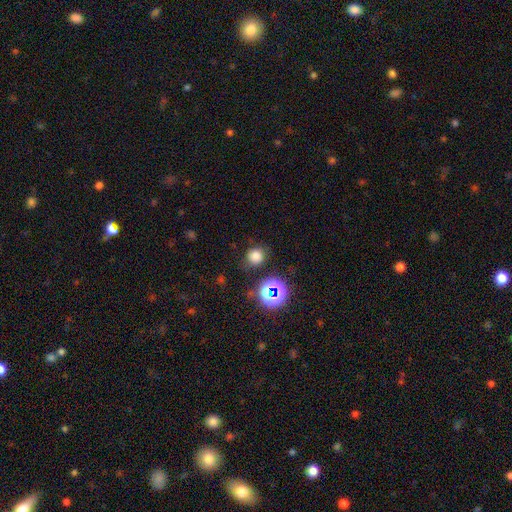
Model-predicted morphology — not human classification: This is likely a smooth galaxy (73%). How rounded: clearly round (82%). Merging: likely none (80%).